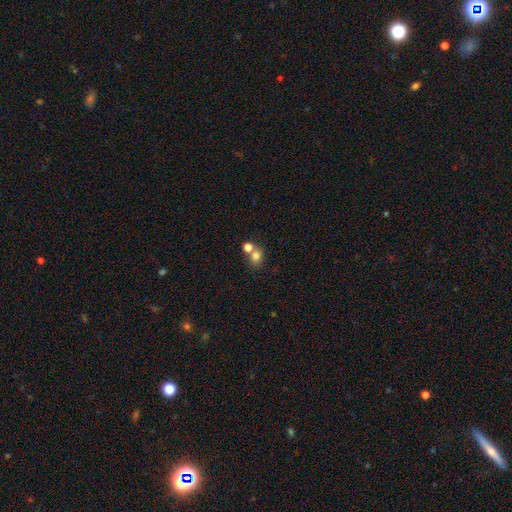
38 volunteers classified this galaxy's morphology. Volunteers were most divided on "merging": none: 49%, merger: 43%, minor disturbance: 9%, major disturbance: 0%. More confident: smooth or featured — smooth (79%); how rounded — round (67%).